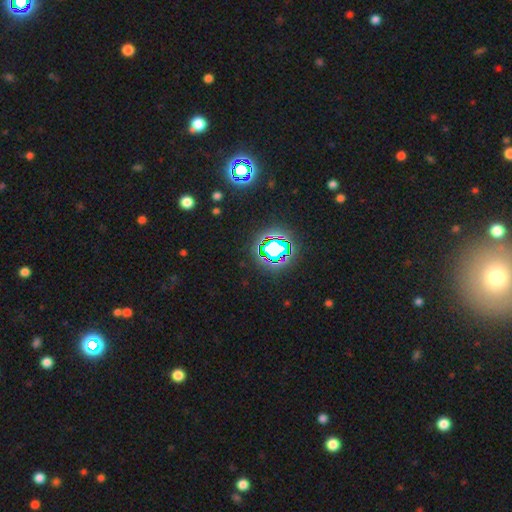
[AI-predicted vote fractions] Overall: star or artifact (81%).